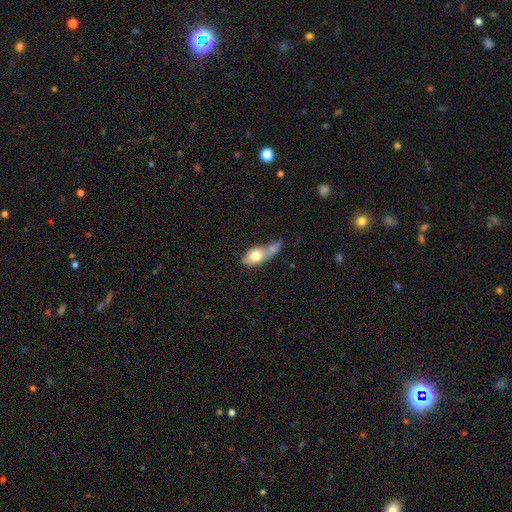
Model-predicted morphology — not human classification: smooth_or_featured: smooth (p=0.70) [alt: featured or disk p=0.23]
how_rounded: in between (p=0.75) [alt: round p=0.18]
merging: merger (p=0.55) [alt: none p=0.19]